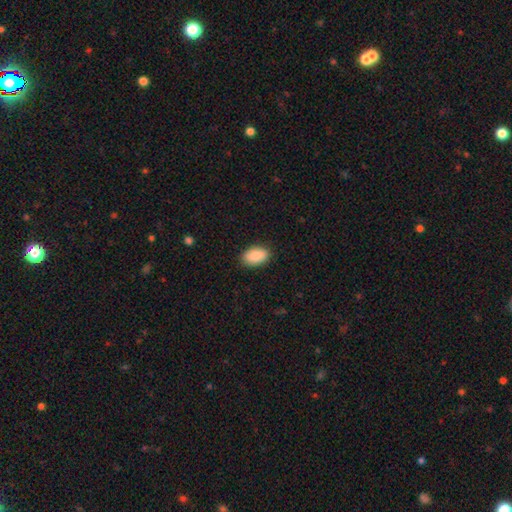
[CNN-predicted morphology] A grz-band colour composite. It shows a smooth galaxy with no disk features (88%) that is in between round and cigar-shaped (93%). Merging: none (88%).